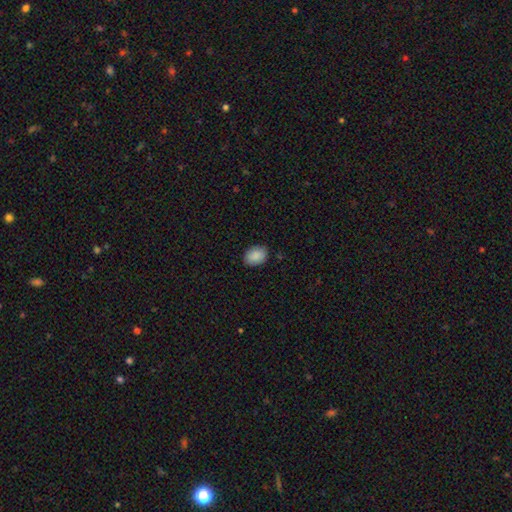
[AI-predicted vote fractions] A smooth galaxy with no disk features (90%) that is in between round and cigar-shaped (79%).

Vote fractions:
- Smooth or featured? smooth: 90% / star or artifact: 7% / featured or disk: 3%
- How rounded? in between: 79% / round: 20% / cigar-shaped: 1%
- Merging? none: 87% / minor disturbance: 10% / major disturbance: 2% / merger: 1%